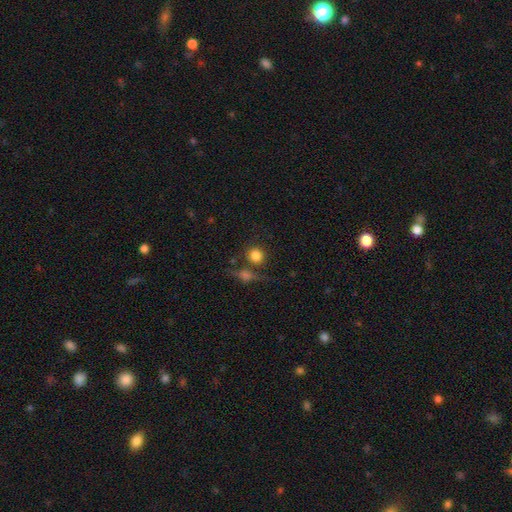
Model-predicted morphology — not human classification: A smooth galaxy with no disk features (81%) that is round (86%).

Vote fractions:
- Smooth or featured? smooth: 81% / star or artifact: 11% / featured or disk: 8%
- How rounded? round: 86% / in between: 12% / cigar-shaped: 2%
- Merging? none: 66% / merger: 17% / minor disturbance: 12% / major disturbance: 6%